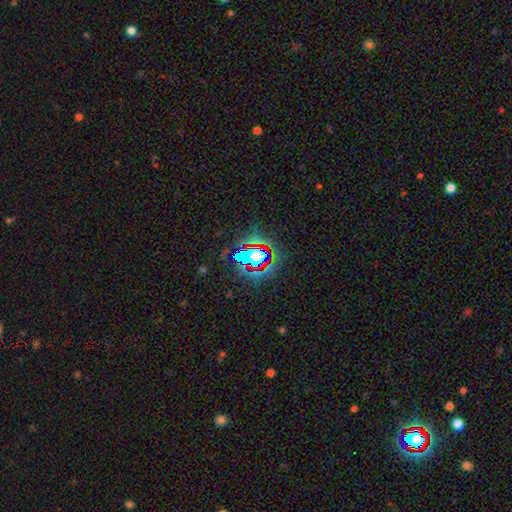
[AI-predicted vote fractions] Overall: star or artifact (58%; smooth 27%).